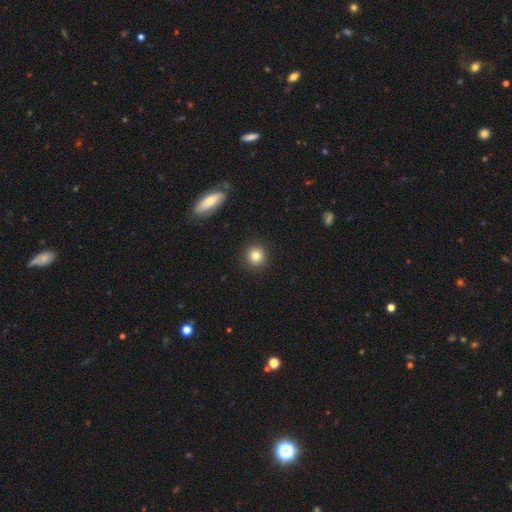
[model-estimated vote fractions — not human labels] Morphology: type=smooth (82%); roundness=round (92%); merging=none (91%).